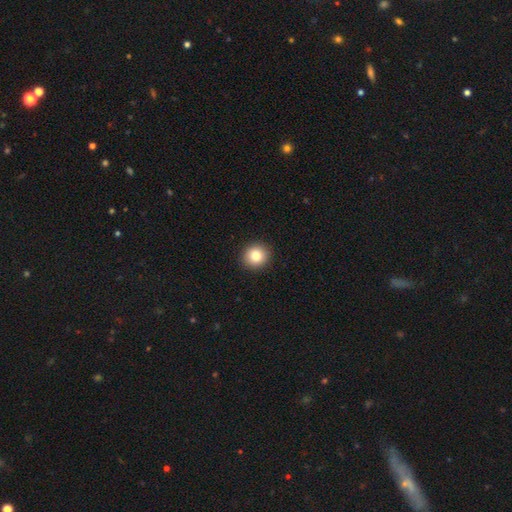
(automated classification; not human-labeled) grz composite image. It shows a smooth galaxy with no disk features (83%) that is round (89%). Merging: none (92%).